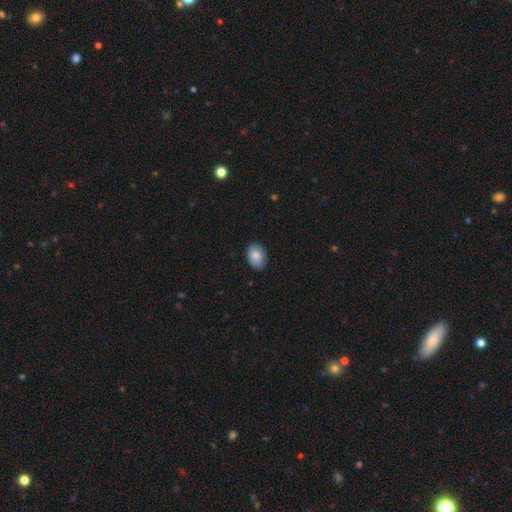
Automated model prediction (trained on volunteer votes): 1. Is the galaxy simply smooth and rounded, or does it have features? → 85% smooth, 8% featured or disk, 7% star or artifact.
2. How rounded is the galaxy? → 82% in between, 17% round, 1% cigar-shaped.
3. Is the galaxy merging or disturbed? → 85% none, 12% minor disturbance, 2% major disturbance, 1% merger.